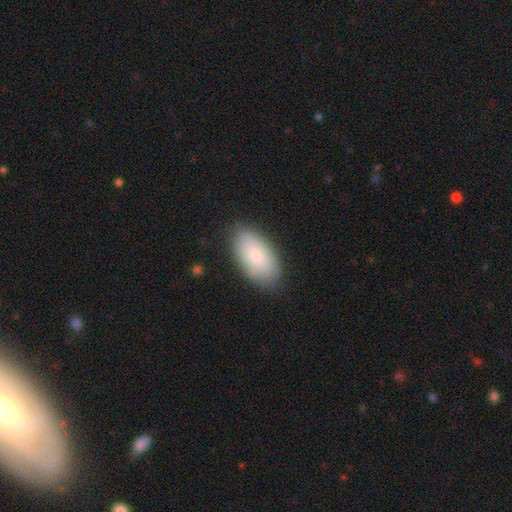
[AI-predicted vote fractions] Smooth or featured? Predicted: smooth (p=0.83). How rounded? Predicted: in between (p=0.94). Merging? Predicted: none (p=0.84).